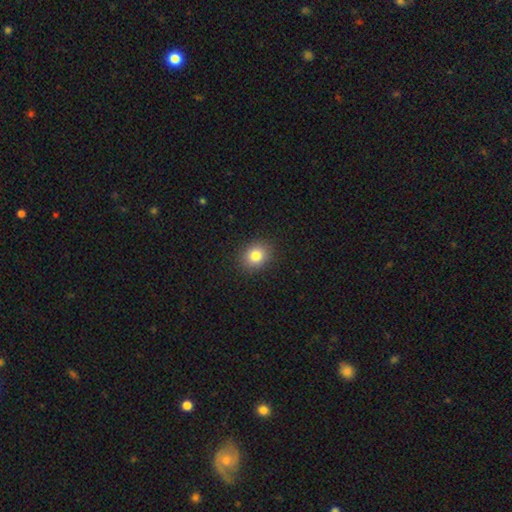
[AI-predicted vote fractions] This appears to be a smooth galaxy with no disk features (82%) that is round (59%). Merging: none (90%).